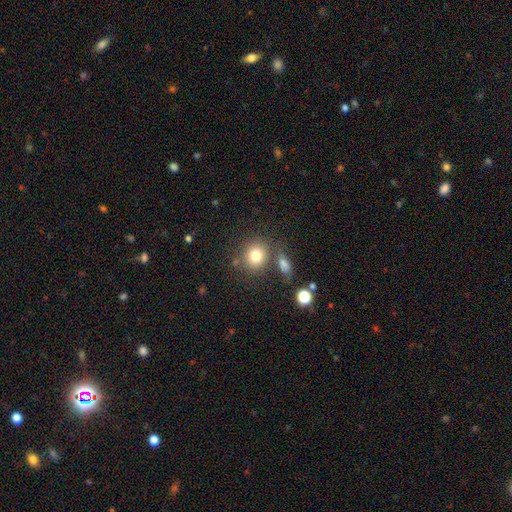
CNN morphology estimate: A smooth galaxy with no disk features (80%) that is round (78%).

Vote fractions:
- Smooth or featured? smooth: 80% / star or artifact: 11% / featured or disk: 9%
- How rounded? round: 78% / in between: 21% / cigar-shaped: 1%
- Merging? none: 69% / merger: 16% / minor disturbance: 11% / major disturbance: 5%